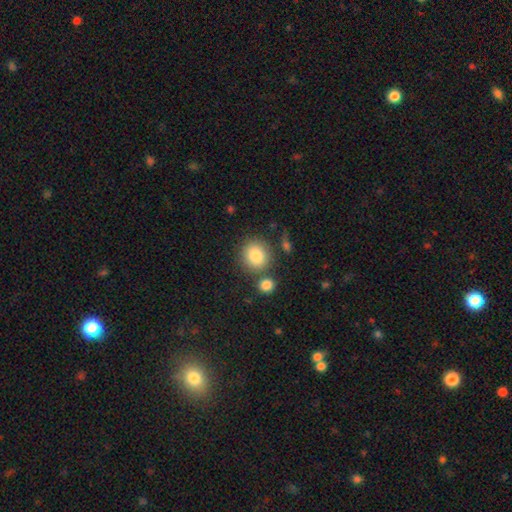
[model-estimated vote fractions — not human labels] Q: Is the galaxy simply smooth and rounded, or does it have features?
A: smooth — 84%.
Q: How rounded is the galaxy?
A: round — 85%.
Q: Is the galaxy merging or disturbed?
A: none — 73%.